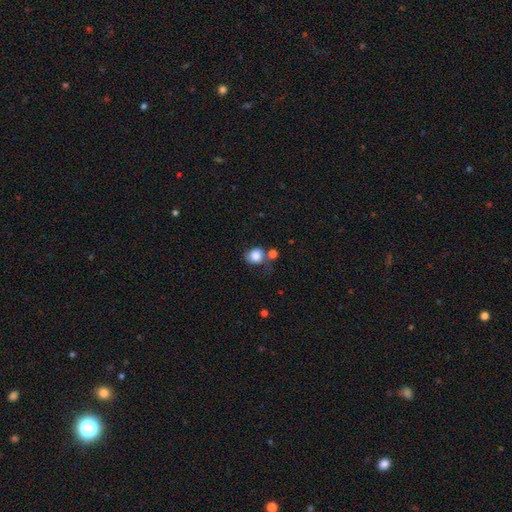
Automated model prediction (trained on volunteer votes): A smooth galaxy with no disk features (81%) that is round (73%).

Vote fractions:
- Smooth or featured? smooth: 81% / featured or disk: 10% / star or artifact: 9%
- How rounded? round: 73% / in between: 26% / cigar-shaped: 1%
- Merging? none: 47% / minor disturbance: 23% / merger: 17% / major disturbance: 13%